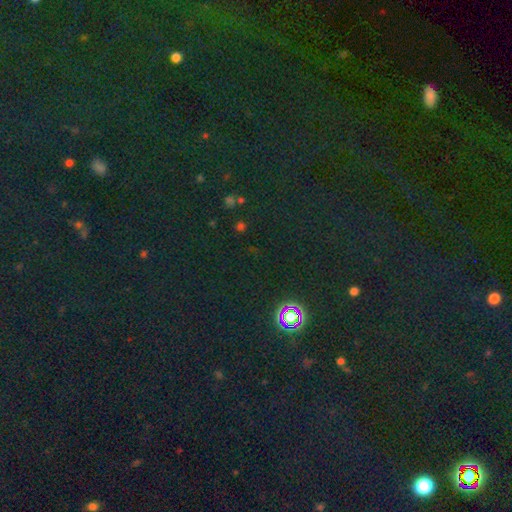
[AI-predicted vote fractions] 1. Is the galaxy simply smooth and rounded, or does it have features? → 71% star or artifact, 22% smooth, 7% featured or disk.